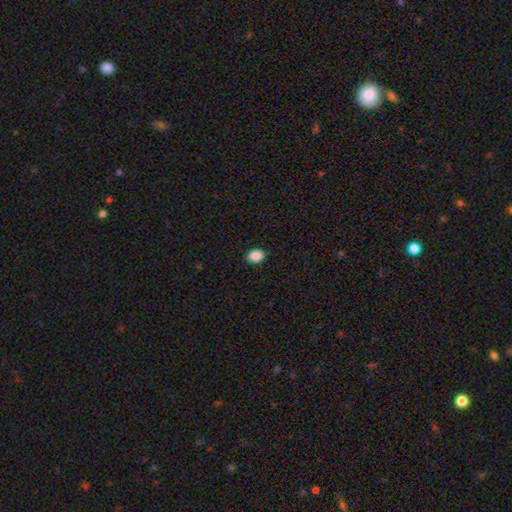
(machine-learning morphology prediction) smooth_or_featured: smooth (p=0.89) [alt: star or artifact p=0.08]
how_rounded: in between (p=0.63) [alt: round p=0.36]
merging: none (p=0.89) [alt: minor disturbance p=0.08]